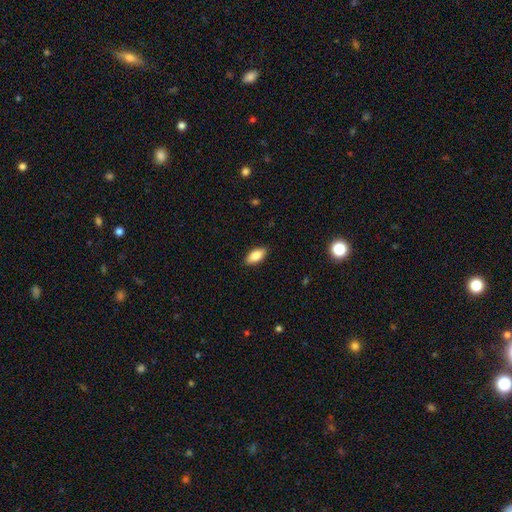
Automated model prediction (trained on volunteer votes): A smooth galaxy with no disk features (85%) that is in between round and cigar-shaped (90%). Merging: none (88%).